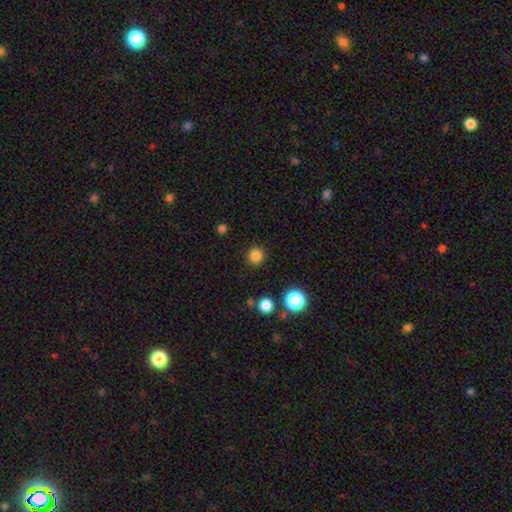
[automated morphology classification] A smooth galaxy with no disk features (83%) that is round (93%). Merging: none (90%).